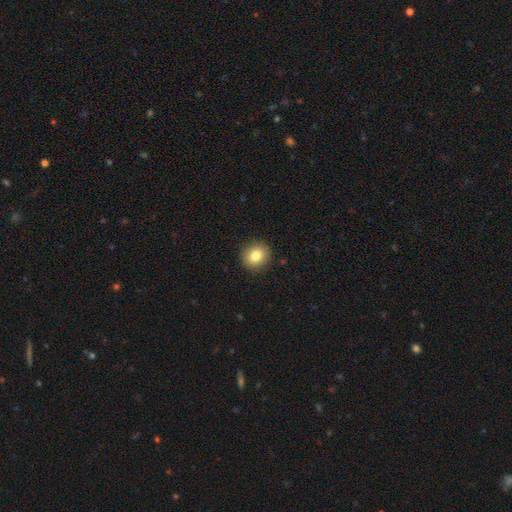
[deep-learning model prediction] Smooth or featured?
  - smooth: 81% *
  - star or artifact: 10%
  - featured or disk: 9%
How rounded?
  - round: 86% *
  - in between: 13%
  - cigar-shaped: 1%
Merging?
  - none: 91% *
  - minor disturbance: 6%
  - major disturbance: 2%
  - merger: 1%